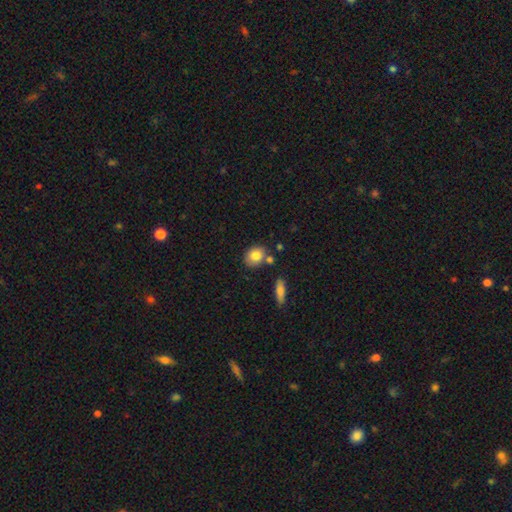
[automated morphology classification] smooth_or_featured: smooth (p=0.81) [alt: featured or disk p=0.11]
how_rounded: in between (p=0.50) [alt: round p=0.48]
merging: none (p=0.71) [alt: minor disturbance p=0.13]